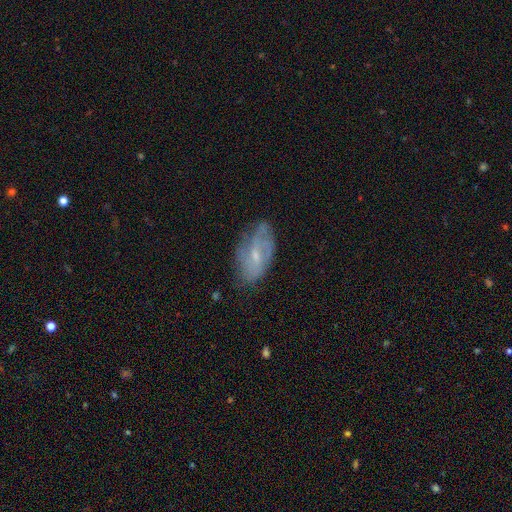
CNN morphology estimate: smooth_or_featured: featured or disk (p=0.65) [alt: smooth p=0.27]
disk_edge_on: no (p=0.94) [alt: yes p=0.06]
bar: weak (p=0.48) [alt: no p=0.42]
has_spiral_arms: yes (p=0.80) [alt: no p=0.20]
bulge_size: small (p=0.60) [alt: moderate p=0.31]
merging: none (p=0.61) [alt: minor disturbance p=0.27]